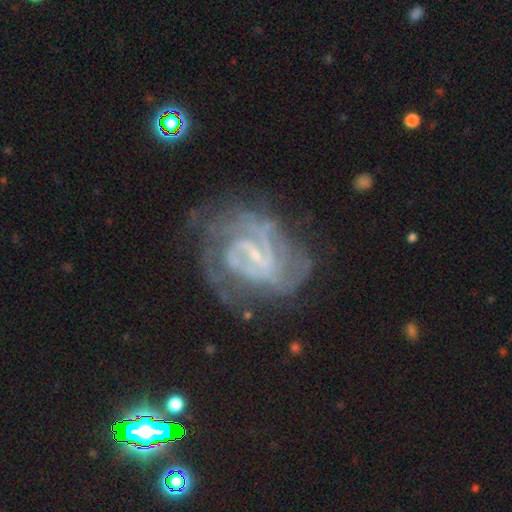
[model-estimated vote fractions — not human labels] smooth_or_featured: featured or disk (p=0.87) [alt: star or artifact p=0.07]
disk_edge_on: no (p=0.97) [alt: yes p=0.03]
bar: weak (p=0.52) [alt: strong p=0.28]
has_spiral_arms: yes (p=0.92) [alt: no p=0.08]
spiral_winding: tight (p=0.53) [alt: medium p=0.38]
spiral_arm_count: 2 (p=0.36) [alt: can't tell p=0.30]
bulge_size: small (p=0.75) [alt: moderate p=0.13]
merging: none (p=0.57) [alt: minor disturbance p=0.22]